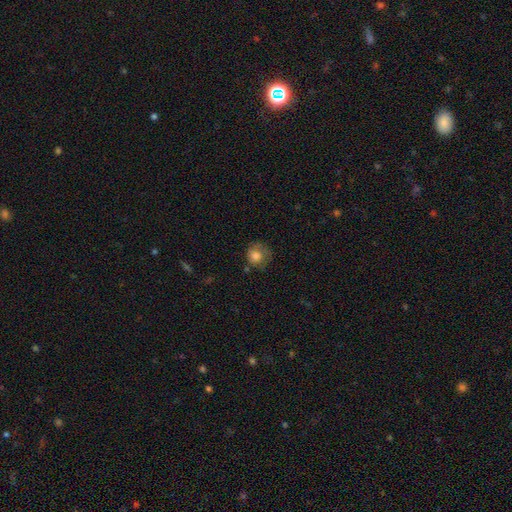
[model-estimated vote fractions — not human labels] smooth_or_featured: smooth (p=0.74) [alt: featured or disk p=0.17]
how_rounded: round (p=0.80) [alt: in between p=0.19]
merging: none (p=0.51) [alt: minor disturbance p=0.28]